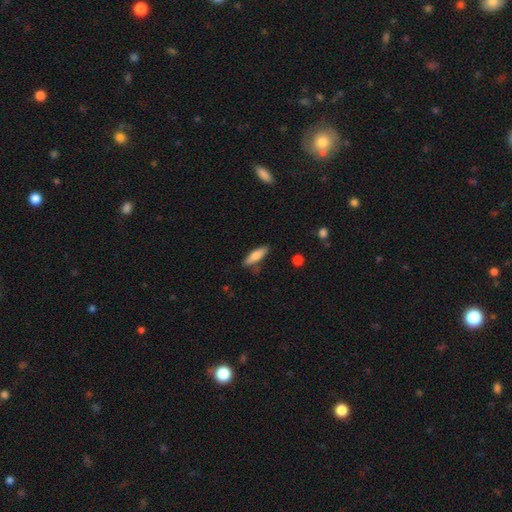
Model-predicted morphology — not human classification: type=smooth (74%); roundness=cigar-shaped (57%); merging=none (80%).